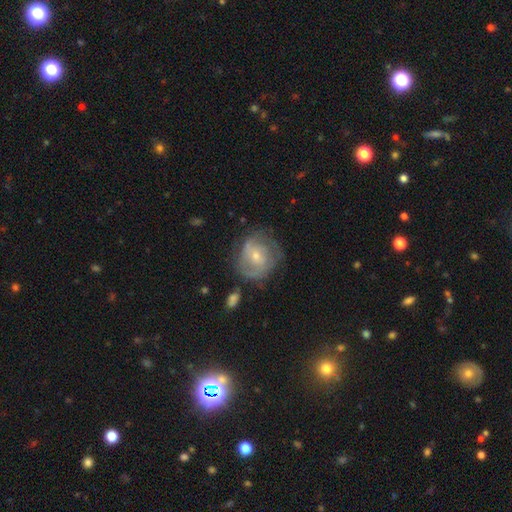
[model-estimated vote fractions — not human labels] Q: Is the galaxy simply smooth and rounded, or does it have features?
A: featured or disk — 63%.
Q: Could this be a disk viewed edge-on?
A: no — 97%.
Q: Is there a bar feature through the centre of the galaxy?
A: no — 59%.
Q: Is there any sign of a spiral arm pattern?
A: yes — 74%.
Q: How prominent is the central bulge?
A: small — 58%.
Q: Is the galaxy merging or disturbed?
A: none — 60%.